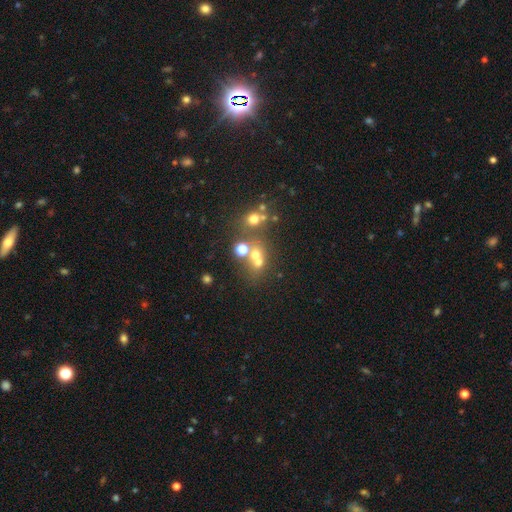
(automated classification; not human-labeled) smooth_or_featured: smooth (p=0.46) [alt: star or artifact p=0.31]
merging: none (p=0.44) [alt: merger p=0.41]